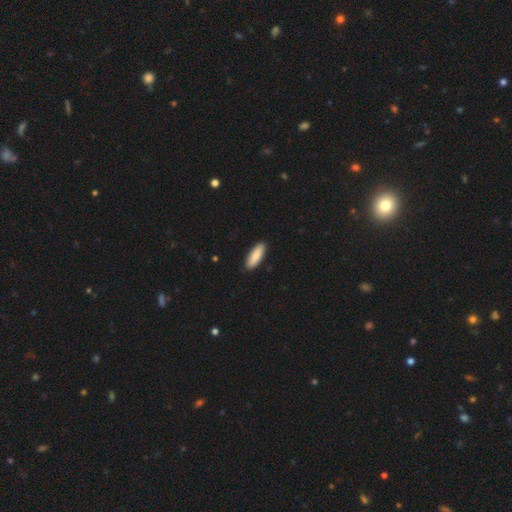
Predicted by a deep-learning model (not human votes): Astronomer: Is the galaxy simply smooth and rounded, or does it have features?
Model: smooth — 85%.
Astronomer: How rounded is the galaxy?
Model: in between — 57% (runner-up: cigar-shaped, 42%).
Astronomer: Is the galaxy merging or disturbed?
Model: none — 89%.